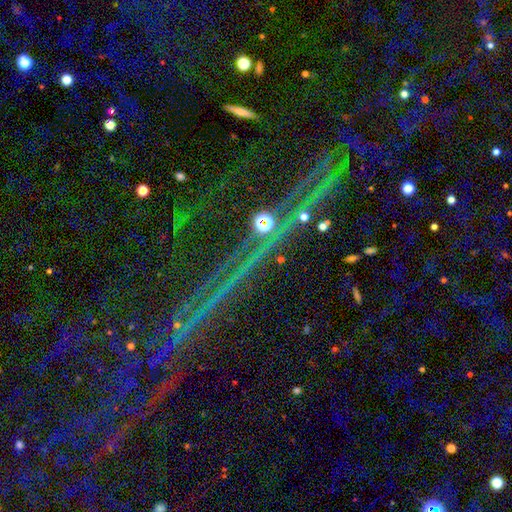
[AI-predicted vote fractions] This is clearly a star or artifact rather than a galaxy (81%).